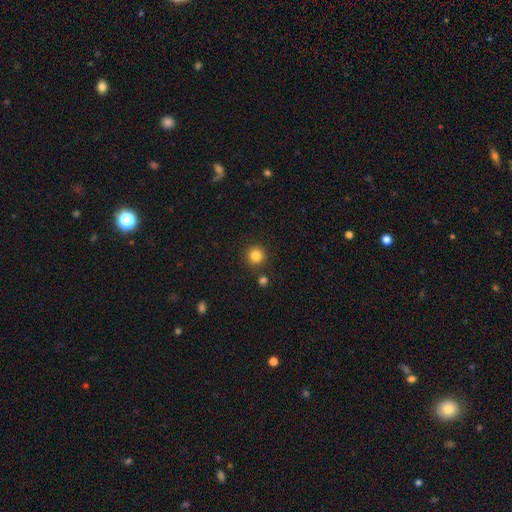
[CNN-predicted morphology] type=smooth (84%); roundness=round (95%); merging=none (87%).